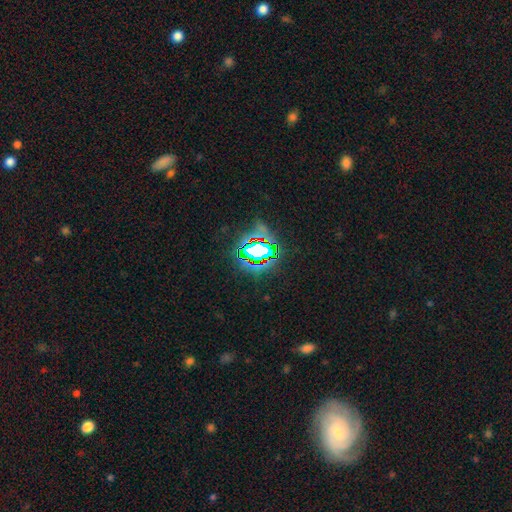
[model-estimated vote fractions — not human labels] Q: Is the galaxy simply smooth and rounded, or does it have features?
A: star or artifact — 69%.